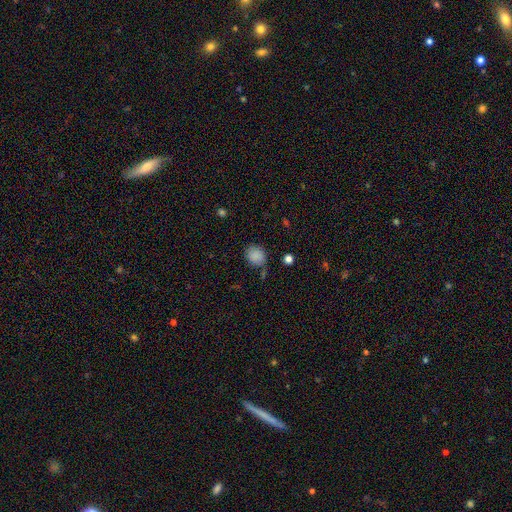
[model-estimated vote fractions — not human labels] smooth 86%, star or artifact 10%, featured or disk 5%. Down the decision tree: how rounded — round (68%); merging — none (70%).